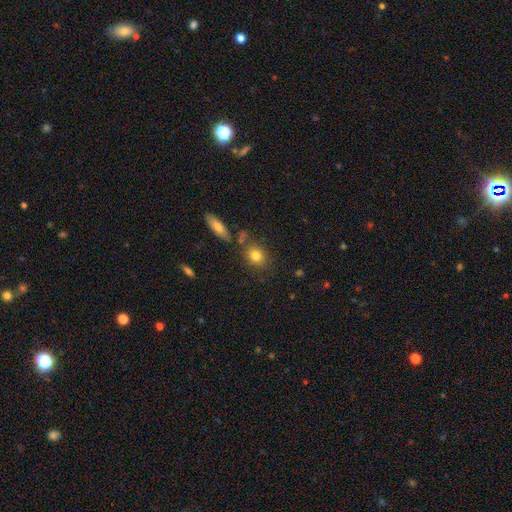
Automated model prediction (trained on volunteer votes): Smooth or featured? Predicted: smooth (p=0.80). How rounded? Predicted: round (p=0.60). Merging? Predicted: none (p=0.71).